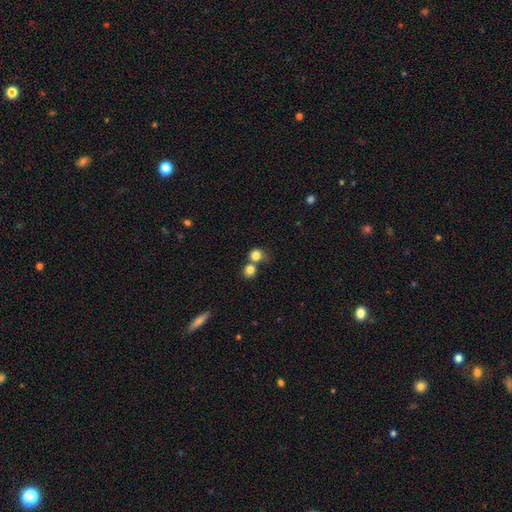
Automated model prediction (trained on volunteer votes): Overall: smooth (81%). How rounded: round (80%). Merging: none (45%; merger 43%).